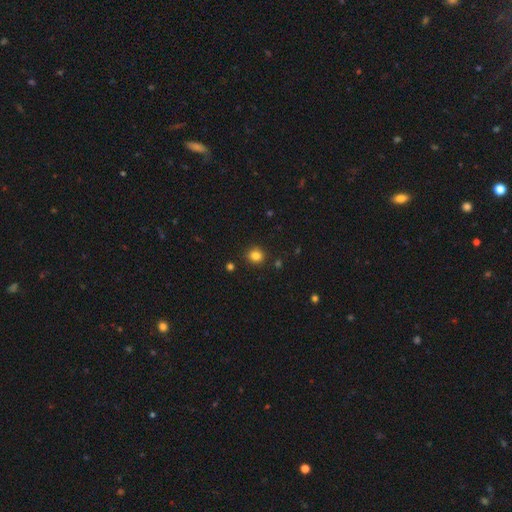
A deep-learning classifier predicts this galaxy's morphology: smooth-or-featured: smooth: 82% | star or artifact: 13% | featured or disk: 5%
  how-rounded: round: 85% | in between: 14% | cigar-shaped: 1%
  merging: none: 89% | minor disturbance: 7% | merger: 2% | major disturbance: 2%